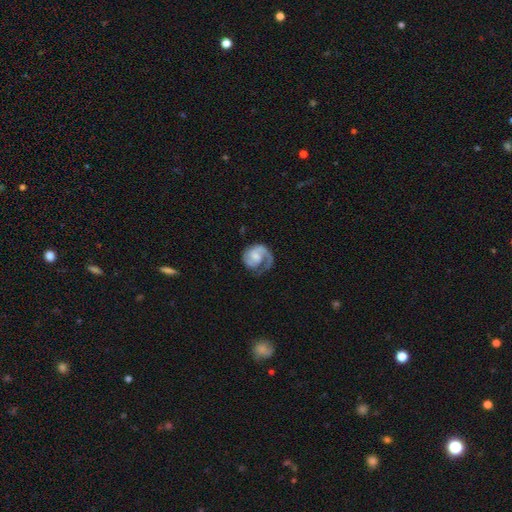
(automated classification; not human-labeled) This appears to be a featured or disk galaxy (73%) with no bar (52%), 1 (62%) tight (43%) spiral arms (93%) and a moderate central bulge (34%). Merging: none (52%).